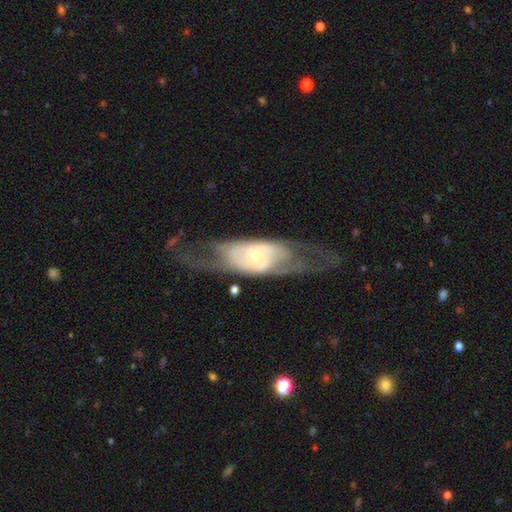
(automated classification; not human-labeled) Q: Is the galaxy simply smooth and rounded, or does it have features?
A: featured or disk — 72%.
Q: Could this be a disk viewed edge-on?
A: no — 78%.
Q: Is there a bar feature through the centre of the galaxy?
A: no — 53%.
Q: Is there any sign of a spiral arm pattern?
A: yes — 62%.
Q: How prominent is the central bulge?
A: small — 61%.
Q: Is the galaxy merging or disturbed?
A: none — 56%.